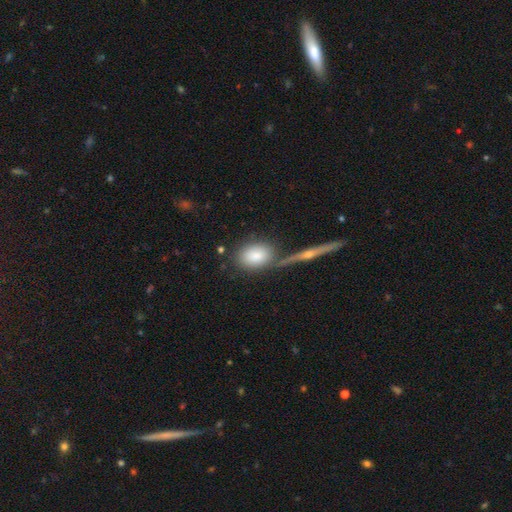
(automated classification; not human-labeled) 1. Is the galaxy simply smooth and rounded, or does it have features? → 82% smooth, 11% featured or disk, 7% star or artifact.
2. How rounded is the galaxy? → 74% in between, 23% round, 3% cigar-shaped.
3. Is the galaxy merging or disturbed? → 63% none, 18% merger, 14% minor disturbance, 5% major disturbance.